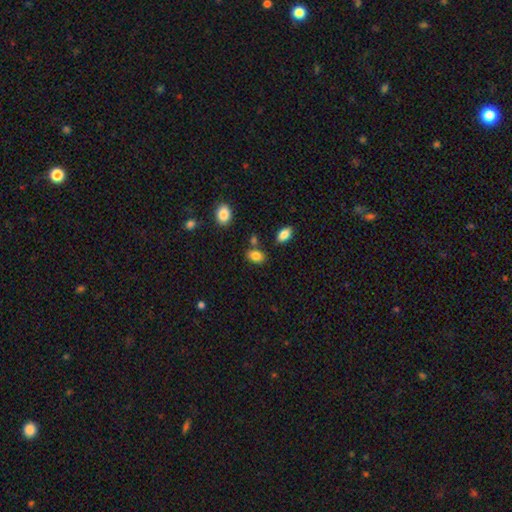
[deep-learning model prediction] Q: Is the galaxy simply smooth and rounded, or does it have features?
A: smooth — 85%.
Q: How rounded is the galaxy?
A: in between — 83%.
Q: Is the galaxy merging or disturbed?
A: none — 74%.